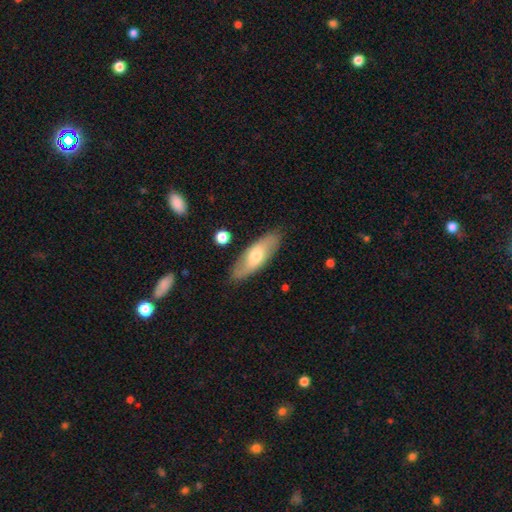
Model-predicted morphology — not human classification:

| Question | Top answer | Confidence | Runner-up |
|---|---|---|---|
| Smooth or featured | smooth | 57% | featured or disk (37%) |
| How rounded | in between | 67% | cigar-shaped (30%) |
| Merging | none | 85% | minor disturbance (11%) |